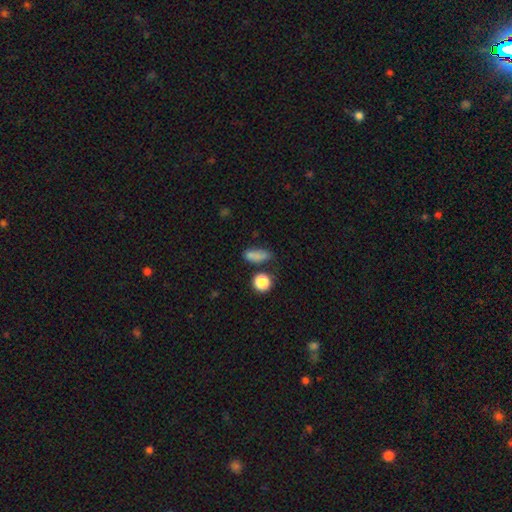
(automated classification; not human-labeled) The model was most divided on "merging": none: 54%, minor disturbance: 25%, merger: 12%, major disturbance: 10%. More confident: smooth or featured — smooth (77%); how rounded — in between (65%).